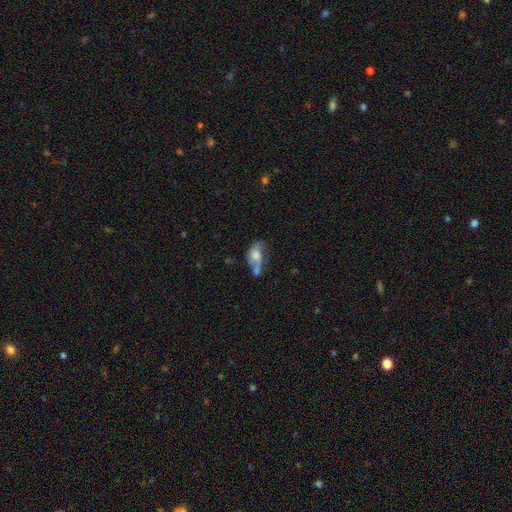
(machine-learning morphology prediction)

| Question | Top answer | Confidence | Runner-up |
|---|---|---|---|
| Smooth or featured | featured or disk | 46% | smooth (42%) |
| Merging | merger | 33% | none (27%) |